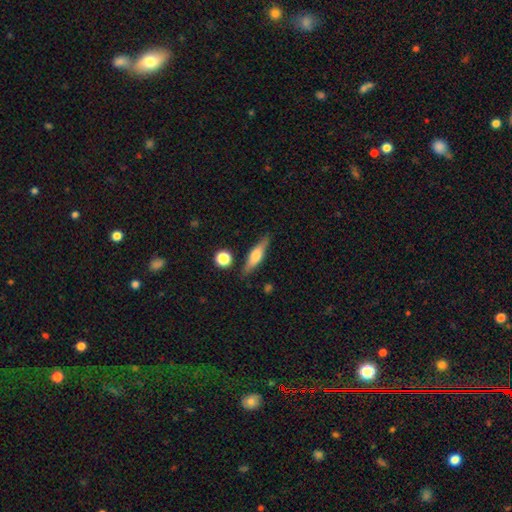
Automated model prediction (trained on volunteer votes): smooth_or_featured: smooth (p=0.49) [alt: featured or disk p=0.44]
merging: none (p=0.82) [alt: minor disturbance p=0.11]